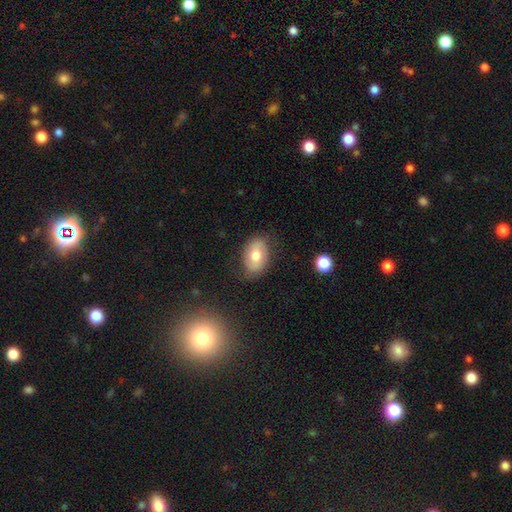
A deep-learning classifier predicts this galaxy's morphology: Smooth or featured? Predicted: smooth (p=0.68). How rounded? Predicted: in between (p=0.84). Merging? Predicted: none (p=0.78).